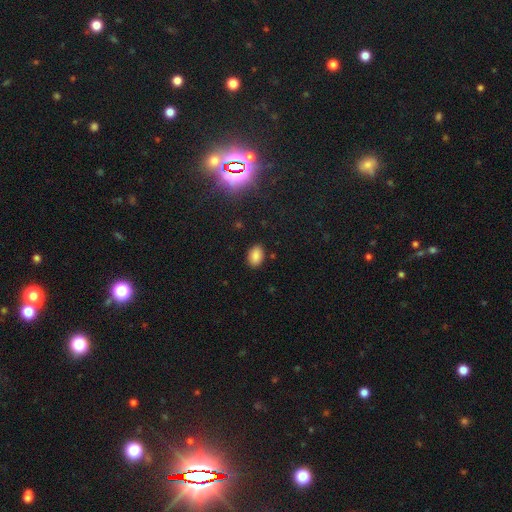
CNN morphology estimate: Smooth or featured: smooth — 84% (star or artifact — 11%)
How rounded: in between — 83% (round — 16%)
Merging: none — 86% (minor disturbance — 10%)